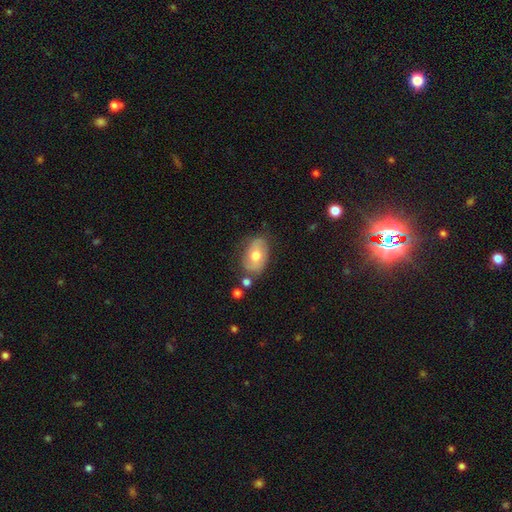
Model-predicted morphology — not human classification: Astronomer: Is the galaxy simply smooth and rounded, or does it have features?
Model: smooth — 55% (runner-up: featured or disk, 38%).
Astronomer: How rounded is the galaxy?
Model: in between — 86%.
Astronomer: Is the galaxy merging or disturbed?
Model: none — 69%.